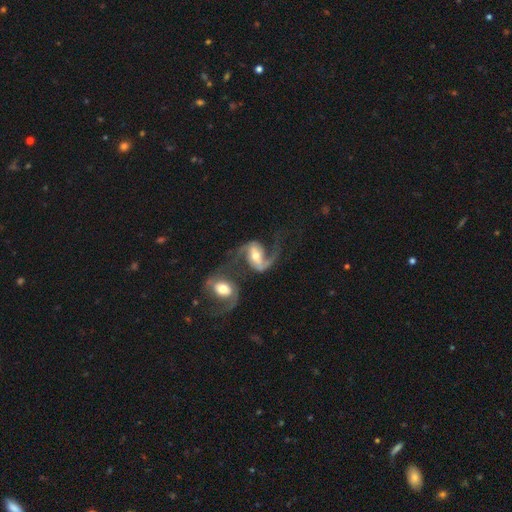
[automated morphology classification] type=featured or disk (90%); edge-on=no (97%); bar=strong (47%); spiral arms=yes (97%); winding=loose (49%); arm count=2 (91%); bulge=moderate (63%); merging=merger (43%).